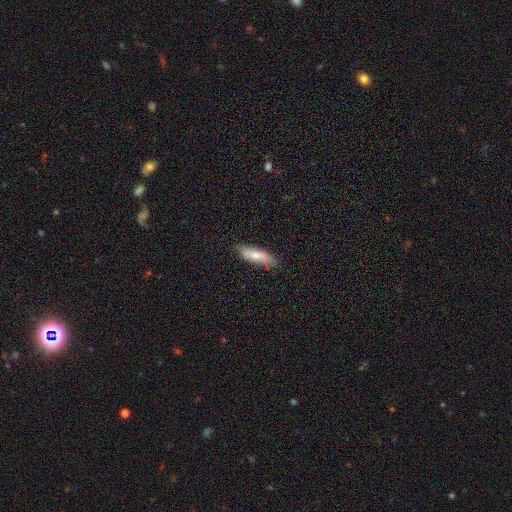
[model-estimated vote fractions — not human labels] Smooth or featured?
  - smooth: 69% *
  - featured or disk: 24%
  - star or artifact: 6%
How rounded?
  - in between: 52% *
  - cigar-shaped: 46%
  - round: 2%
Merging?
  - none: 77% *
  - minor disturbance: 18%
  - major disturbance: 3%
  - merger: 1%